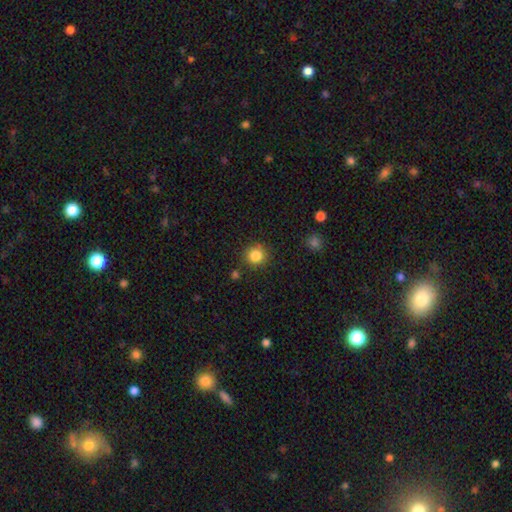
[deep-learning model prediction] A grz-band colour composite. It shows a smooth galaxy with no disk features (85%) that is round (91%). Merging: none (86%).